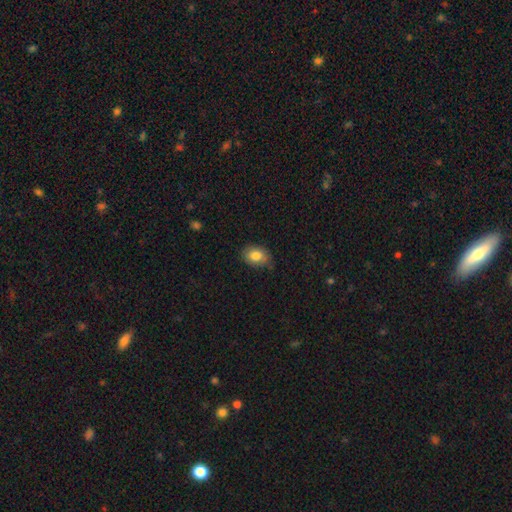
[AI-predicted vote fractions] The model was most divided on "how rounded": in between: 76%, round: 23%, cigar-shaped: 1%. More confident: smooth or featured — smooth (83%); merging — none (77%).